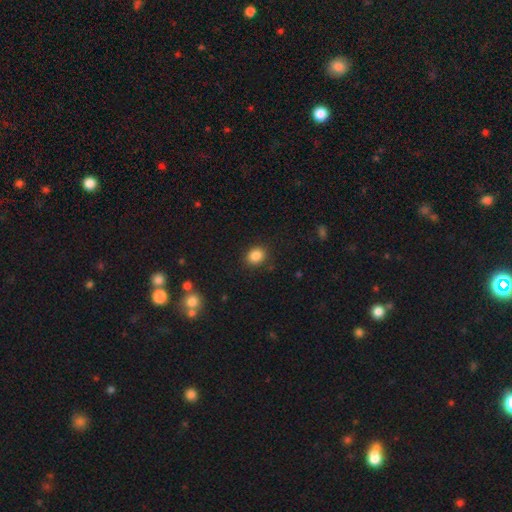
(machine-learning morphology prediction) A smooth galaxy with no disk features (86%) that is round (61%). Merging: none (88%).